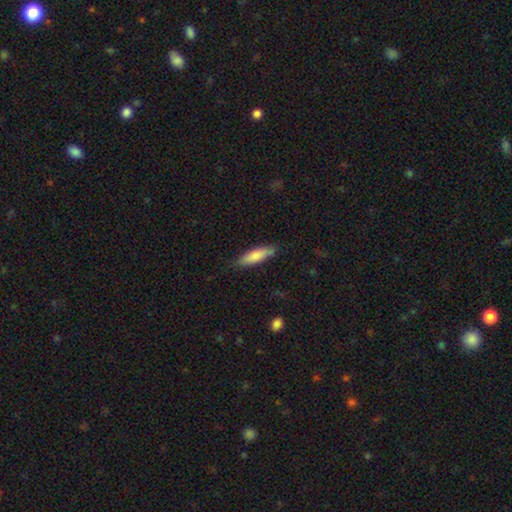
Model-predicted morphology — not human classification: Smooth or featured?
  - smooth: 80% *
  - featured or disk: 15%
  - star or artifact: 6%
How rounded?
  - cigar-shaped: 58% *
  - in between: 40%
  - round: 2%
Merging?
  - none: 79% *
  - minor disturbance: 17%
  - major disturbance: 3%
  - merger: 2%